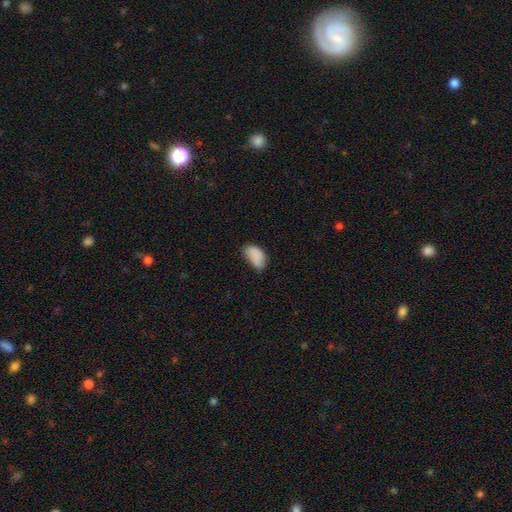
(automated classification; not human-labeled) A smooth galaxy with no disk features (85%) that is in between round and cigar-shaped (93%).

Vote fractions:
- Smooth or featured? smooth: 85% / star or artifact: 8% / featured or disk: 7%
- How rounded? in between: 93% / round: 5% / cigar-shaped: 2%
- Merging? none: 53% / minor disturbance: 37% / major disturbance: 9% / merger: 2%